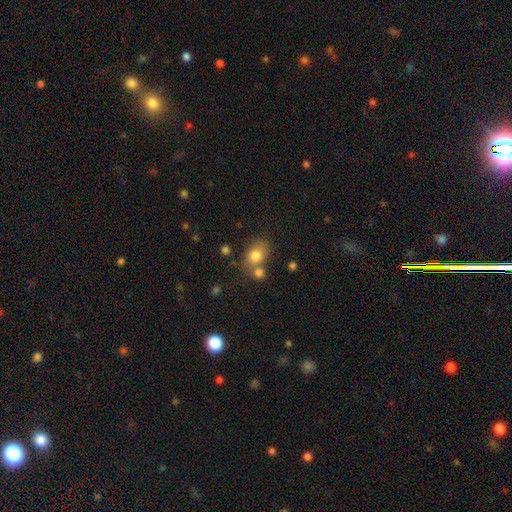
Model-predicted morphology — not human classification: smooth-or-featured: smooth: 81% | star or artifact: 10% | featured or disk: 10%
  how-rounded: in between: 63% | round: 36% | cigar-shaped: 1%
  merging: none: 53% | merger: 28% | minor disturbance: 14% | major disturbance: 5%